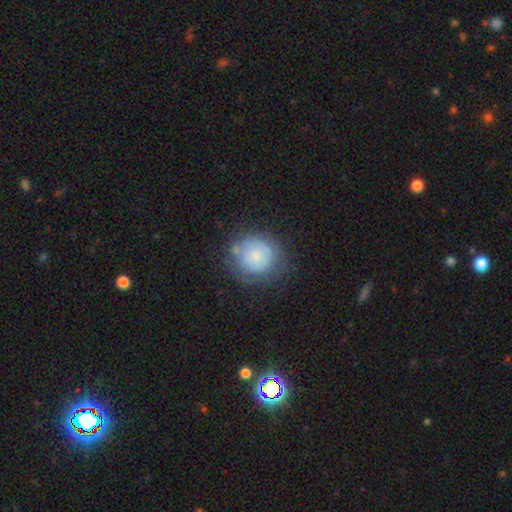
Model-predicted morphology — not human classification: This appears to be a smooth galaxy with no disk features (65%) that is round (87%). Merging: none (64%).